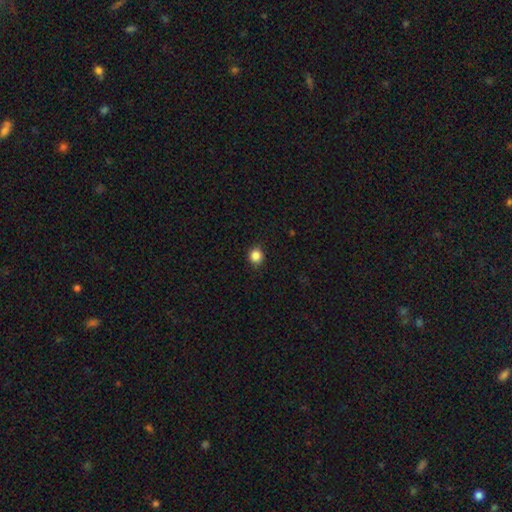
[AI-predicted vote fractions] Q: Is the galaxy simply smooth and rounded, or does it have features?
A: smooth — 86%.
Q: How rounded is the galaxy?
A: round — 87%.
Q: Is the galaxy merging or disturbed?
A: none — 89%.